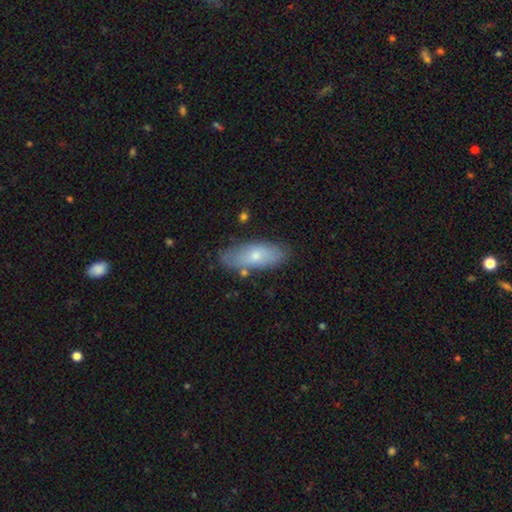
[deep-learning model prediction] Smooth or featured: smooth — 71% (featured or disk — 23%)
How rounded: in between — 77% (cigar-shaped — 20%)
Merging: none — 78% (minor disturbance — 15%)